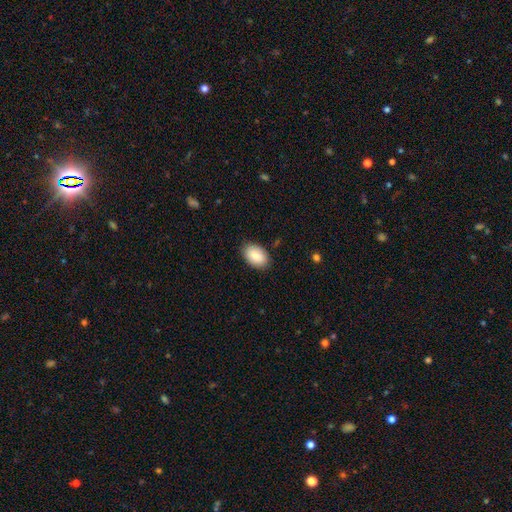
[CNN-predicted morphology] Smooth or featured?
  - smooth: 85% *
  - featured or disk: 9%
  - star or artifact: 6%
How rounded?
  - in between: 90% *
  - round: 9%
  - cigar-shaped: 1%
Merging?
  - none: 87% *
  - minor disturbance: 10%
  - major disturbance: 2%
  - merger: 1%